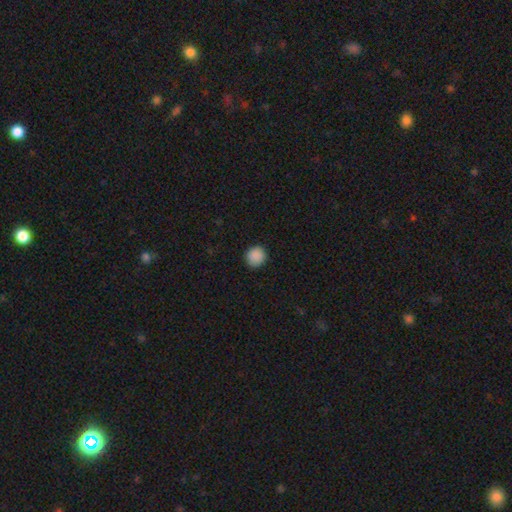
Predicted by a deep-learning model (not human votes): Smooth or featured? Predicted: smooth (p=0.89). How rounded? Predicted: round (p=0.88). Merging? Predicted: none (p=0.90).